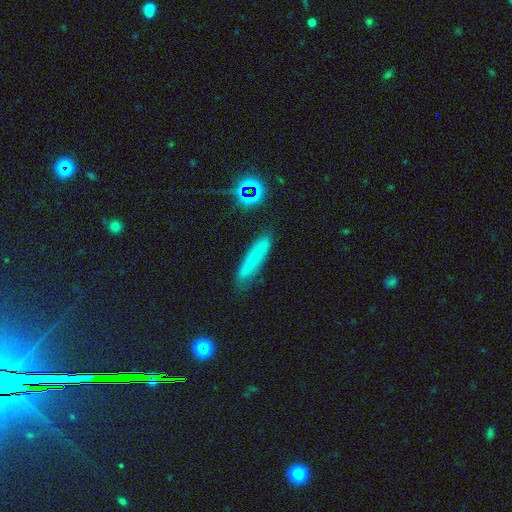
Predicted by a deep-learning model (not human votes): Smooth or featured? smooth (66%)
How rounded? cigar-shaped (86%)
Merging? none (78%)